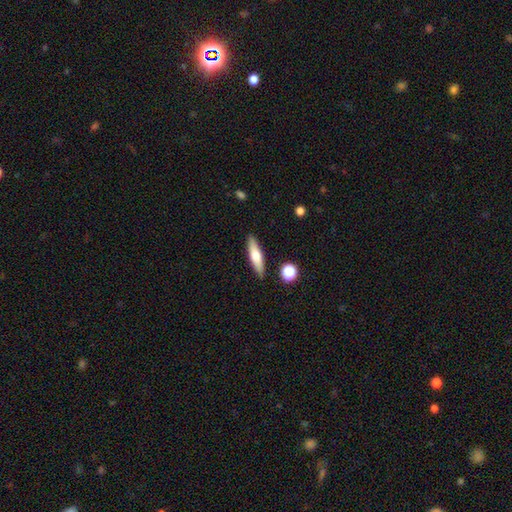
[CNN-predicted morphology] smooth-or-featured: smooth: 56% | featured or disk: 37% | star or artifact: 7%
  how-rounded: cigar-shaped: 66% | in between: 31% | round: 3%
  merging: none: 88% | minor disturbance: 8% | merger: 2% | major disturbance: 2%